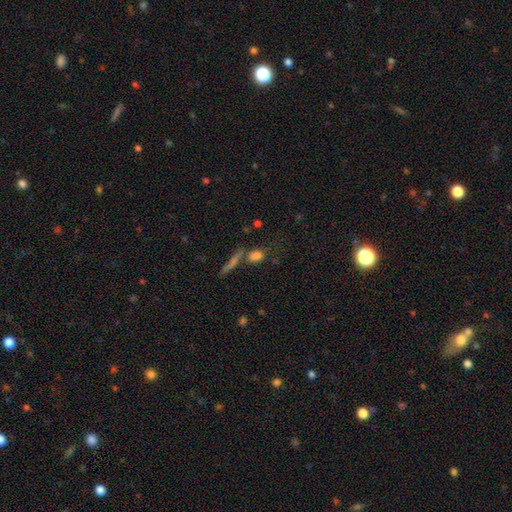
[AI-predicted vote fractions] smooth_or_featured: smooth (p=0.72) [alt: featured or disk p=0.14]
how_rounded: in between (p=0.50) [alt: round p=0.33]
merging: none (p=0.54) [alt: merger p=0.26]